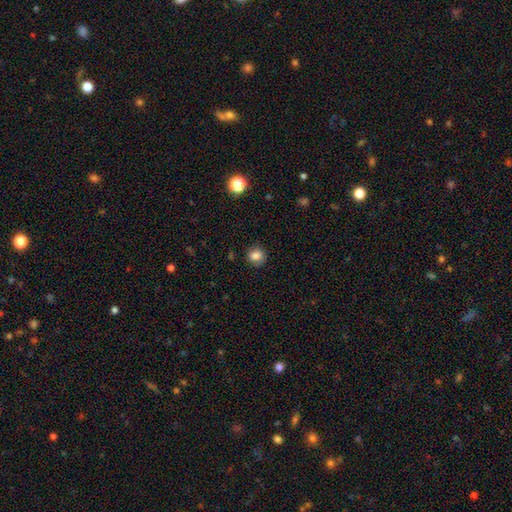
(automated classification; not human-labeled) This is clearly a smooth galaxy (82%). How rounded: clearly round (82%). Merging: clearly none (83%).